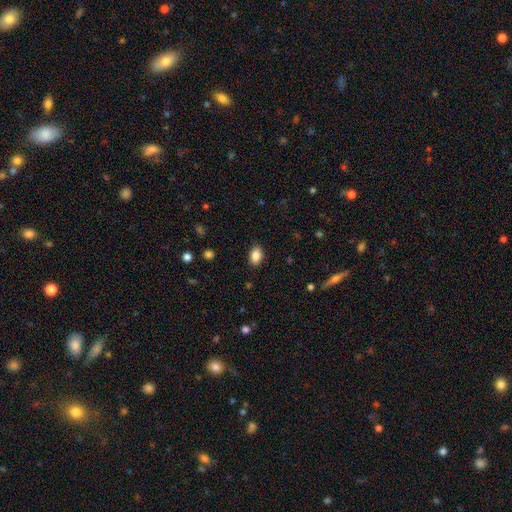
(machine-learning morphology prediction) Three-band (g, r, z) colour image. It shows a smooth galaxy with no disk features (87%) that is in between round and cigar-shaped (88%). Merging: none (87%).